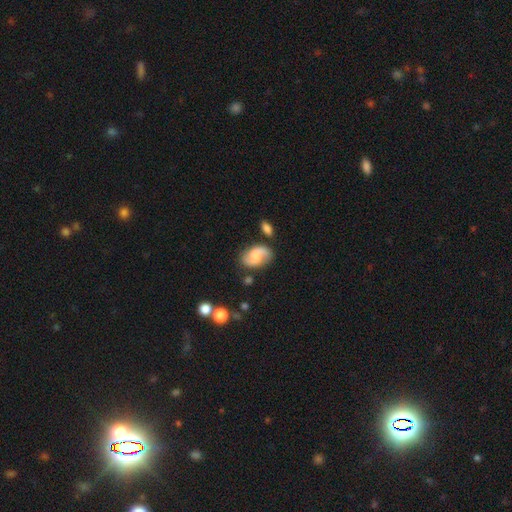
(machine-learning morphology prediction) smooth_or_featured: featured or disk (p=0.76) [alt: smooth p=0.19]
disk_edge_on: no (p=0.98) [alt: yes p=0.02]
bar: no (p=0.47) [alt: weak p=0.45]
has_spiral_arms: yes (p=0.95) [alt: no p=0.05]
spiral_winding: medium (p=0.44) [alt: loose p=0.42]
spiral_arm_count: 2 (p=0.91) [alt: can't tell p=0.04]
bulge_size: moderate (p=0.49) [alt: small p=0.29]
merging: none (p=0.76) [alt: minor disturbance p=0.15]